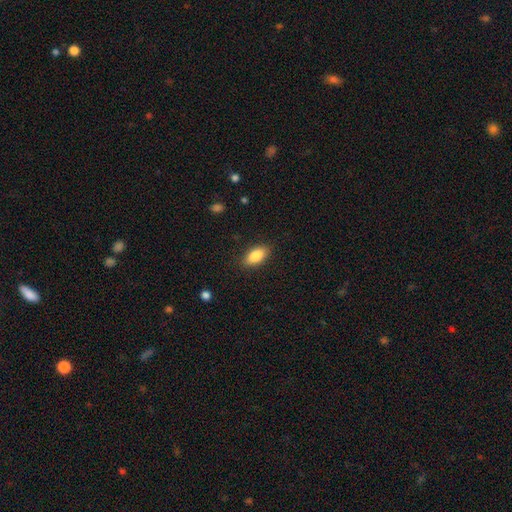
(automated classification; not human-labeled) smooth-or-featured: smooth: 86% | featured or disk: 8% | star or artifact: 7%
  how-rounded: in between: 89% | cigar-shaped: 8% | round: 3%
  merging: none: 87% | minor disturbance: 10% | major disturbance: 3% | merger: 1%